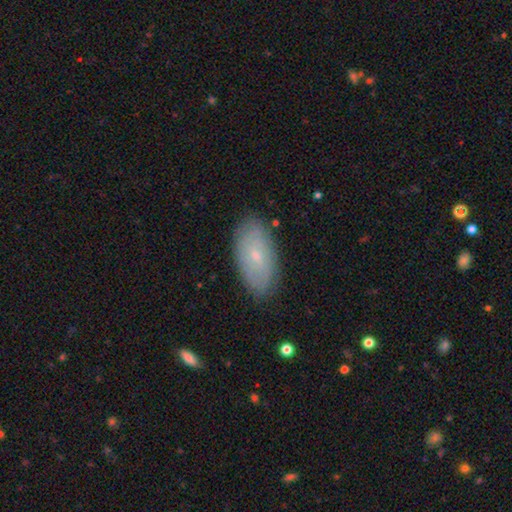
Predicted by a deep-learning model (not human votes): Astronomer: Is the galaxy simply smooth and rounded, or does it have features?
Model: smooth — 54% (runner-up: featured or disk, 39%).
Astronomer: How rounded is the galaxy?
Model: in between — 93%.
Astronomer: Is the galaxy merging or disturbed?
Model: none — 83%.